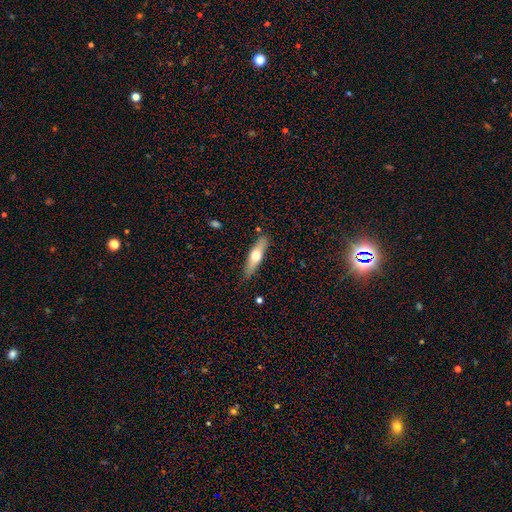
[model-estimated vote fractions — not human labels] smooth 52%, featured or disk 42%, star or artifact 5%. Down the decision tree: how rounded — cigar-shaped (68%); merging — none (85%).